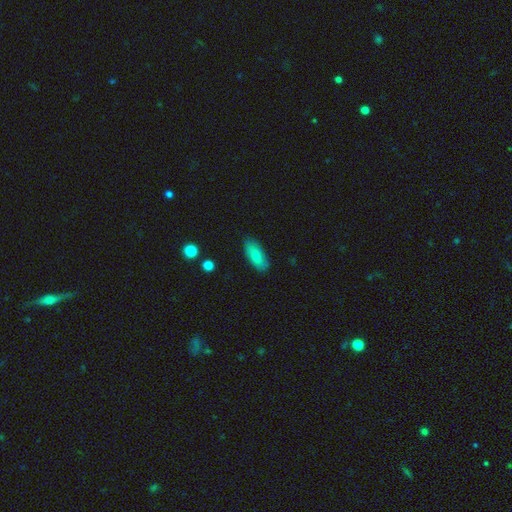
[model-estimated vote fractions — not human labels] This is clearly a smooth galaxy (80%). How rounded: clearly in between (83%). Merging: clearly none (84%).